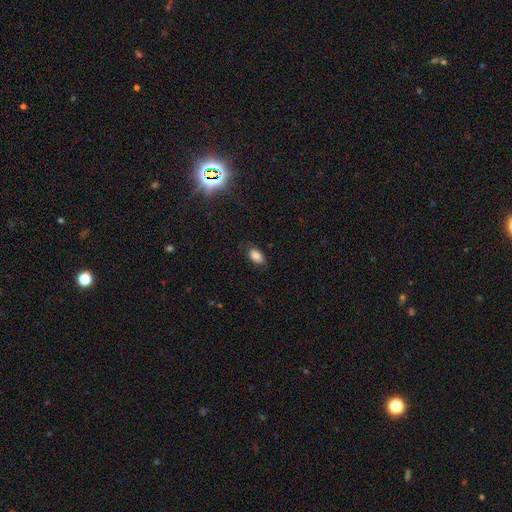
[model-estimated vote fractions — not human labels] A smooth galaxy with no disk features (84%) that is in between round and cigar-shaped (92%). Merging: none (78%).